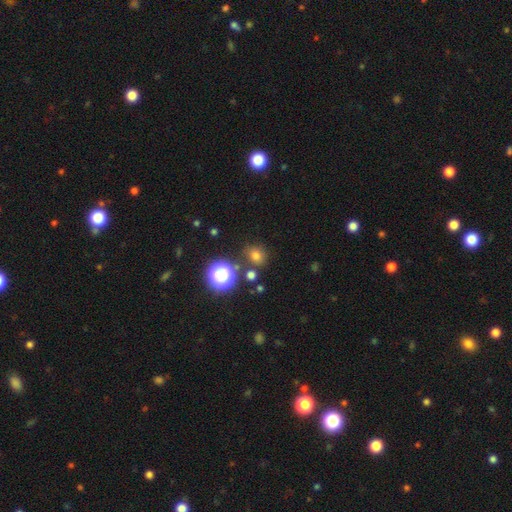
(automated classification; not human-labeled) This appears to be a smooth galaxy with no disk features (68%) that is round (74%). Merging: none (79%).